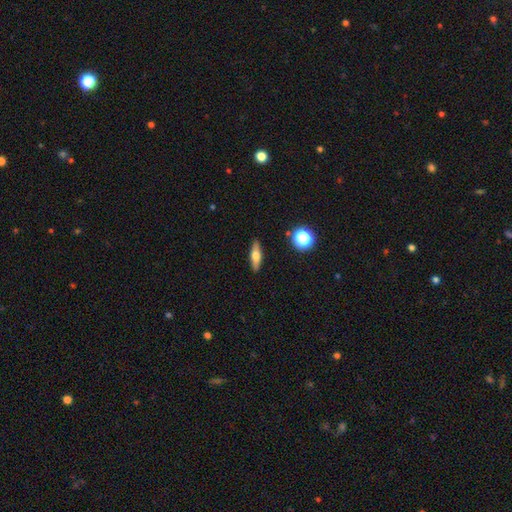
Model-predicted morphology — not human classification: Smooth or featured? Predicted: smooth (p=0.53). How rounded? Predicted: cigar-shaped (p=0.57). Merging? Predicted: none (p=0.89).